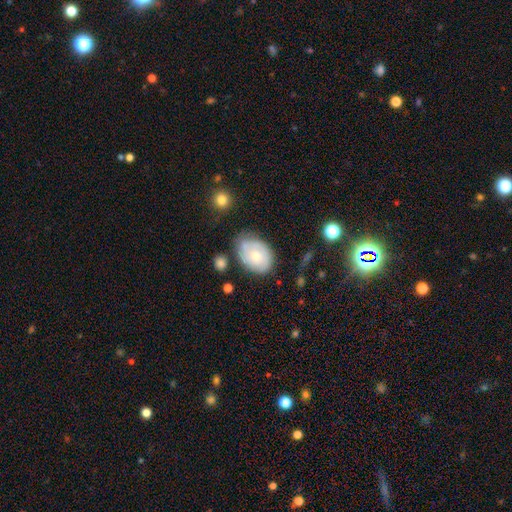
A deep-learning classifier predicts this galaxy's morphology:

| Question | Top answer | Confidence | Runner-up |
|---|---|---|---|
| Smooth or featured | smooth | 54% | featured or disk (39%) |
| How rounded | in between | 72% | round (27%) |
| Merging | none | 57% | minor disturbance (28%) |